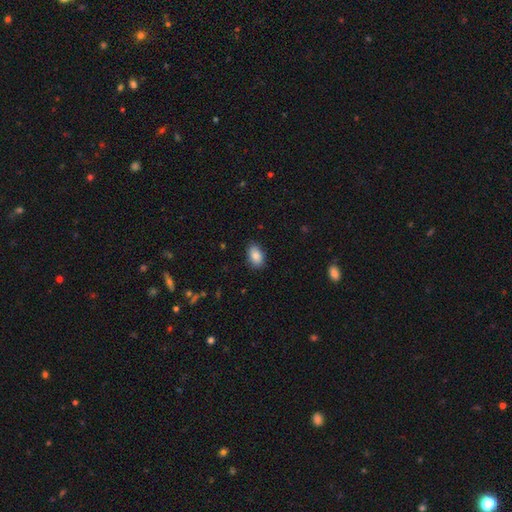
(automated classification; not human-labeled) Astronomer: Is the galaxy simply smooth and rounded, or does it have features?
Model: smooth — 88%.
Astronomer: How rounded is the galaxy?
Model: in between — 91%.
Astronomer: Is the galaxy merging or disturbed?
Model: none — 87%.